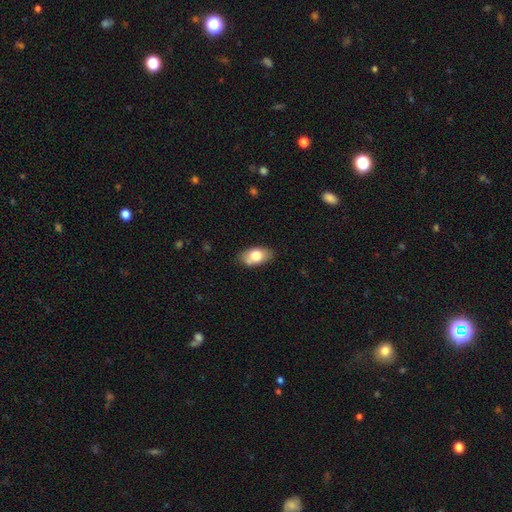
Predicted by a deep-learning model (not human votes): This appears to be a smooth galaxy with no disk features (74%) that is in between round and cigar-shaped (91%). Merging: none (76%).